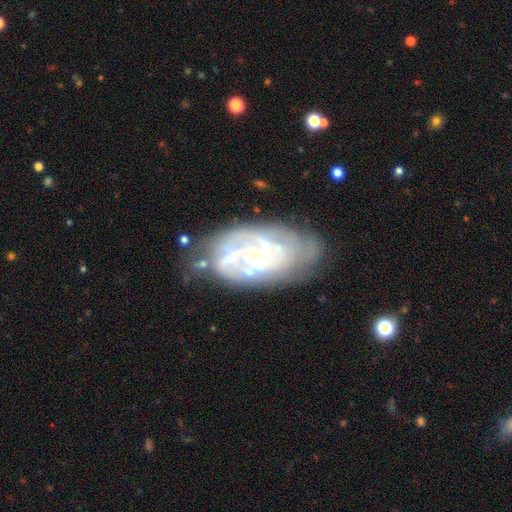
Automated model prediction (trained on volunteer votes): This appears to be a featured or disk galaxy (80%) with no bar (71%), tight (61%) spiral arms (84%) and a small central bulge (77%). Merging: none (58%).